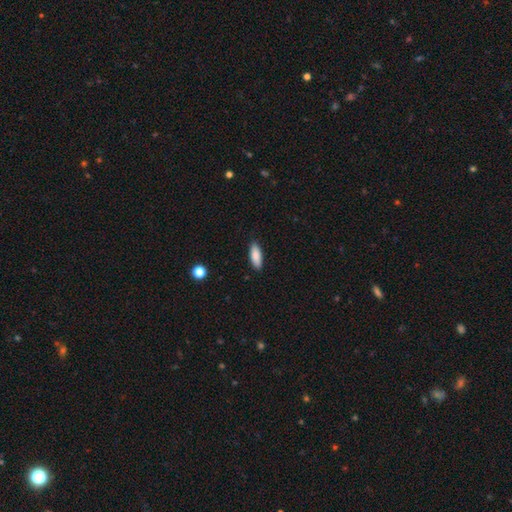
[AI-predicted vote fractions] Morphology: type=smooth (87%); roundness=in between (68%); merging=none (88%).